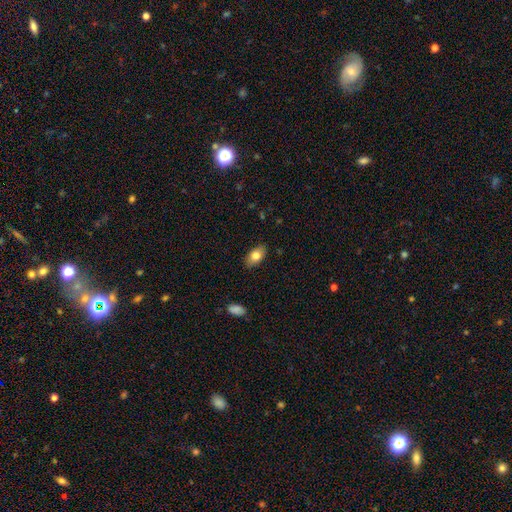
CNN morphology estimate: This is likely a smooth galaxy (79%). How rounded: clearly in between (91%). Merging: clearly none (86%).